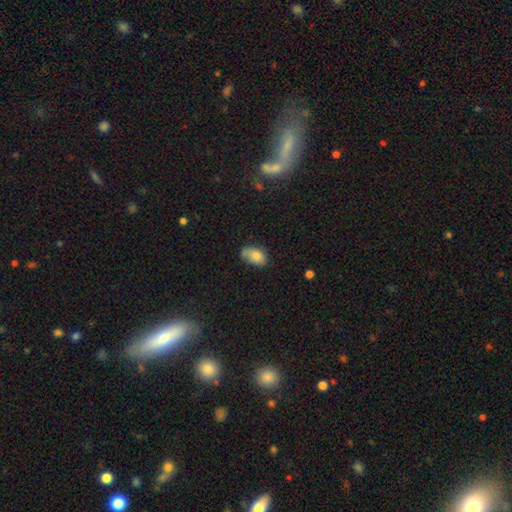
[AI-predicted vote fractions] A smooth galaxy with no disk features (79%) that is in between round and cigar-shaped (89%).

Vote fractions:
- Smooth or featured? smooth: 79% / featured or disk: 12% / star or artifact: 9%
- How rounded? in between: 89% / round: 10% / cigar-shaped: 2%
- Merging? none: 49% / minor disturbance: 34% / major disturbance: 9% / merger: 8%